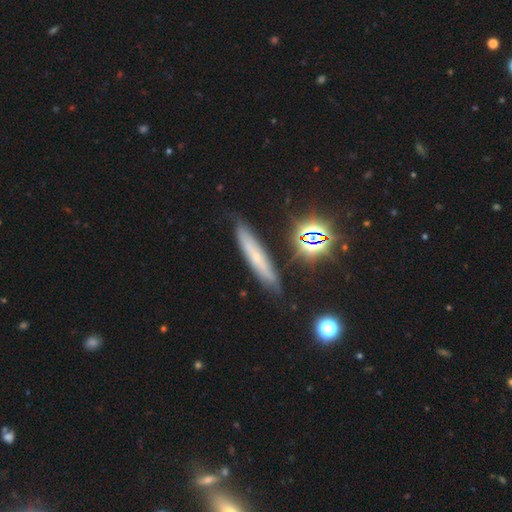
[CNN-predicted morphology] Smooth or featured? smooth (45%)
Merging? none (81%)